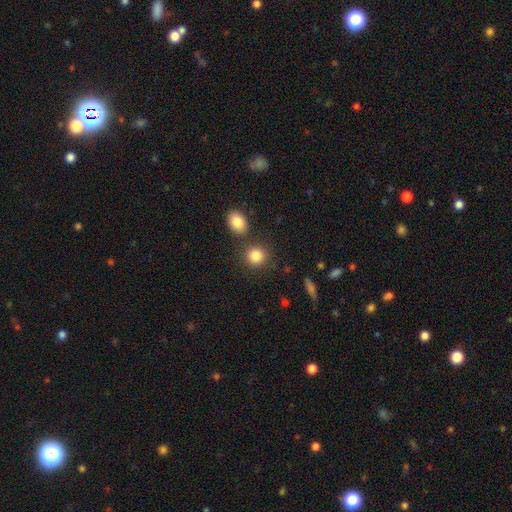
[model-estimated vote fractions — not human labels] This appears to be a smooth galaxy with no disk features (86%) that is round (84%). Merging: none (76%).